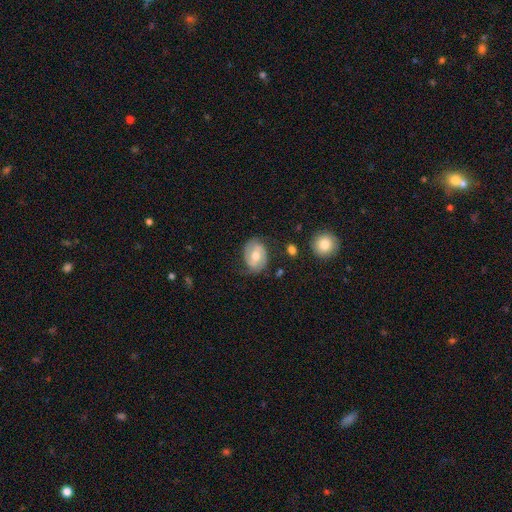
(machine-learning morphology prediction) Smooth or featured: featured or disk — 70% (smooth — 24%)
Edge-on disk: no — 97% (yes — 3%)
Bar: weak — 46% (no — 36%)
Spiral arms: yes — 86% (no — 14%)
Spiral winding: medium — 43% (tight — 42%)
Spiral arm count: 2 — 85% (can't tell — 9%)
Bulge size: moderate — 75% (small — 14%)
Merging: none — 74% (minor disturbance — 18%)